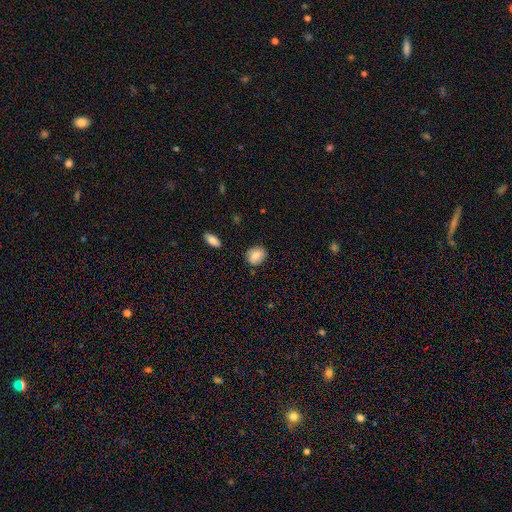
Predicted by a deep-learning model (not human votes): Smooth or featured? Predicted: smooth (p=0.85). How rounded? Predicted: round (p=0.59). Merging? Predicted: none (p=0.81).